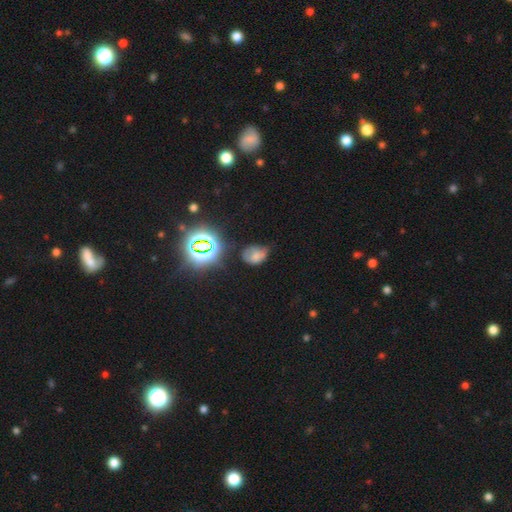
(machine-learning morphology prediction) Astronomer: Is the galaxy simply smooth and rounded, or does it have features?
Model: smooth — 58%.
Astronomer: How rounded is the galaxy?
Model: in between — 59% (runner-up: round, 40%).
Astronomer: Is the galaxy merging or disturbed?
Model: none — 39%, tied with minor disturbance at 39%.